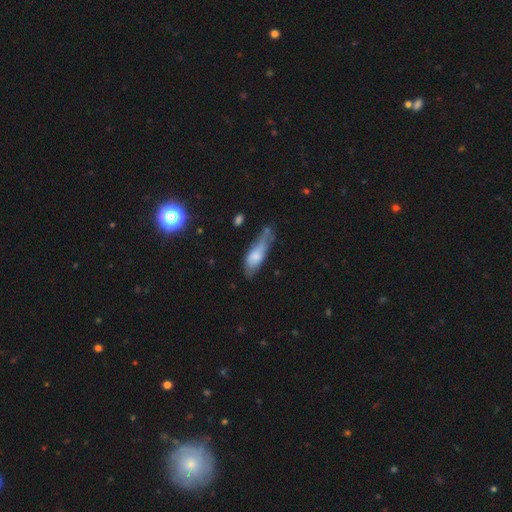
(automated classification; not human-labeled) smooth 67%, featured or disk 26%, star or artifact 7%. Down the decision tree: how rounded — in between (58%); merging — minor disturbance (37%).